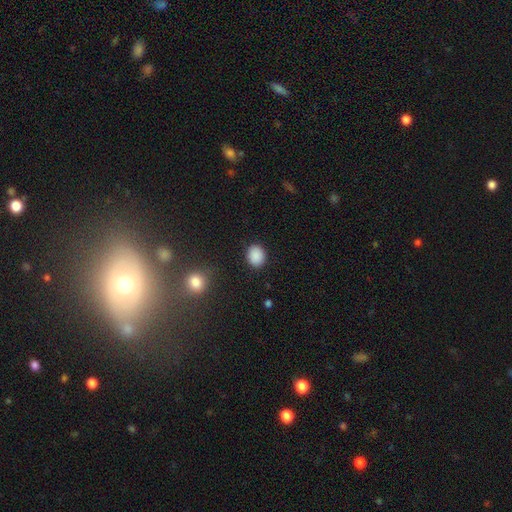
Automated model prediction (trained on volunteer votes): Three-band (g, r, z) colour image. It shows a smooth galaxy with no disk features (88%) that is round (56%). Merging: none (88%).